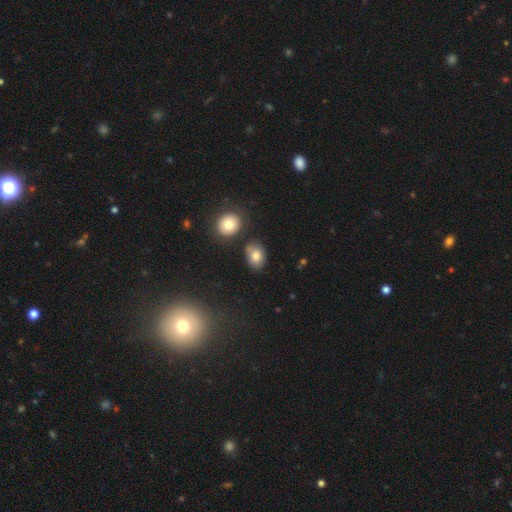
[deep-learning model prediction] Smooth or featured? Predicted: smooth (p=0.79). How rounded? Predicted: in between (p=0.70). Merging? Predicted: none (p=0.75).